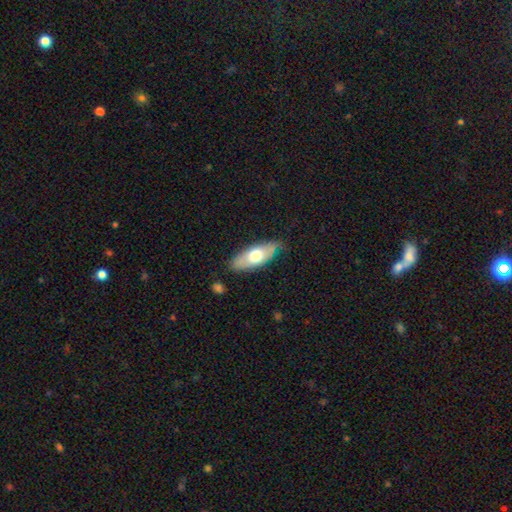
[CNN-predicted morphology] The model was most divided on "smooth or featured": smooth: 60%, featured or disk: 34%, star or artifact: 6%. More confident: how rounded — in between (78%); merging — none (74%).